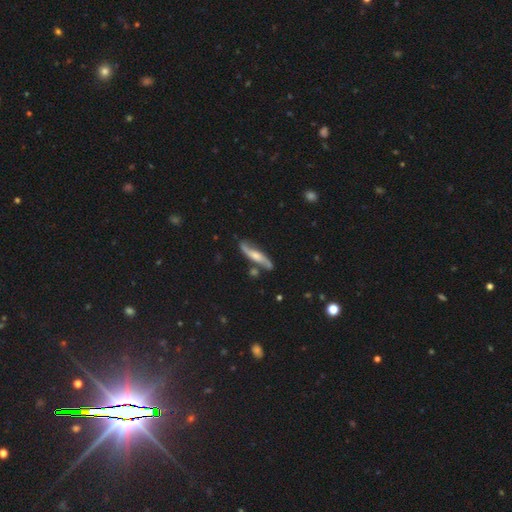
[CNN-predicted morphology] A featured or disk galaxy (70%). Merging: none (72%).